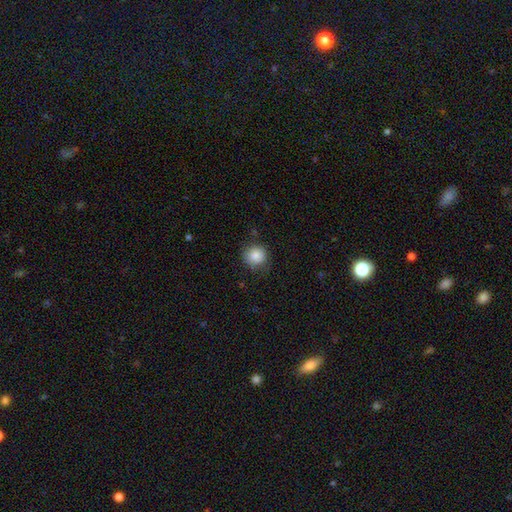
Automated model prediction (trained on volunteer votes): A smooth galaxy with no disk features (86%) that is round (90%).

Vote fractions:
- Smooth or featured? smooth: 86% / star or artifact: 9% / featured or disk: 5%
- How rounded? round: 90% / in between: 9% / cigar-shaped: 1%
- Merging? none: 80% / minor disturbance: 15% / major disturbance: 4% / merger: 1%